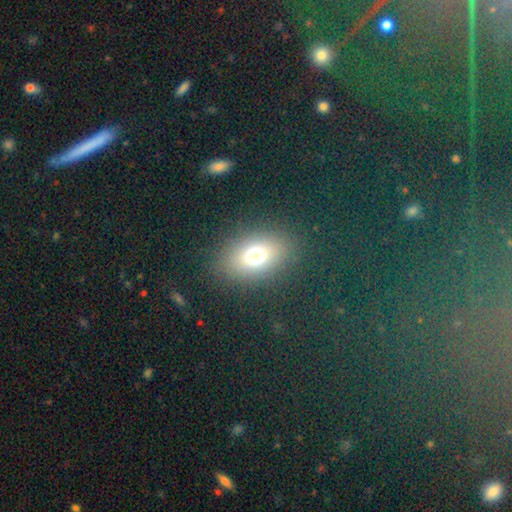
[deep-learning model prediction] Smooth or featured: smooth — 69% (star or artifact — 17%)
How rounded: in between — 70% (round — 28%)
Merging: none — 83% (minor disturbance — 9%)